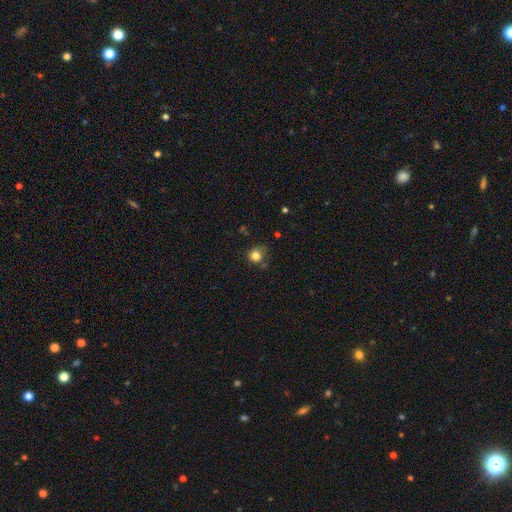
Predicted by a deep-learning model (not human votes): The model was most divided on "merging": none: 63%, minor disturbance: 24%, major disturbance: 8%, merger: 4%. More confident: how rounded — round (85%); smooth or featured — smooth (82%).